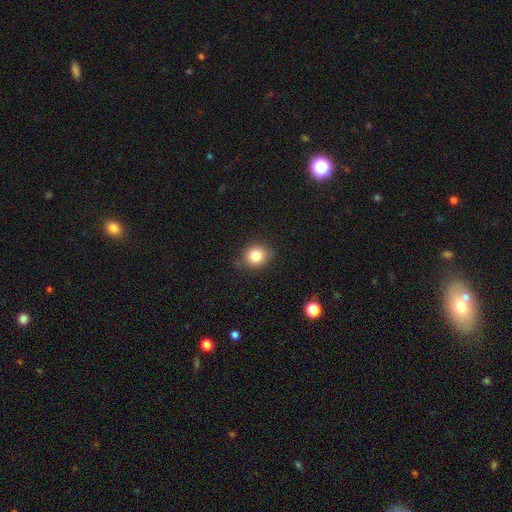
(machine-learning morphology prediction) smooth_or_featured: smooth (p=0.83) [alt: star or artifact p=0.10]
how_rounded: round (p=0.77) [alt: in between p=0.22]
merging: none (p=0.79) [alt: minor disturbance p=0.16]